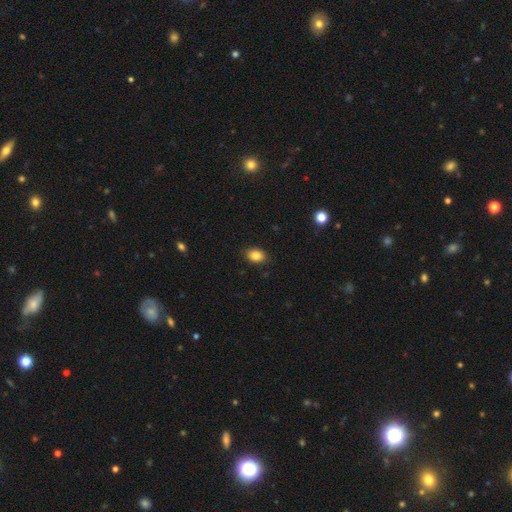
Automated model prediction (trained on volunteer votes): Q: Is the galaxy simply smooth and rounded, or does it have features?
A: smooth — 85%.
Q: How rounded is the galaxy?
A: in between — 72%.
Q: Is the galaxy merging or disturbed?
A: none — 87%.